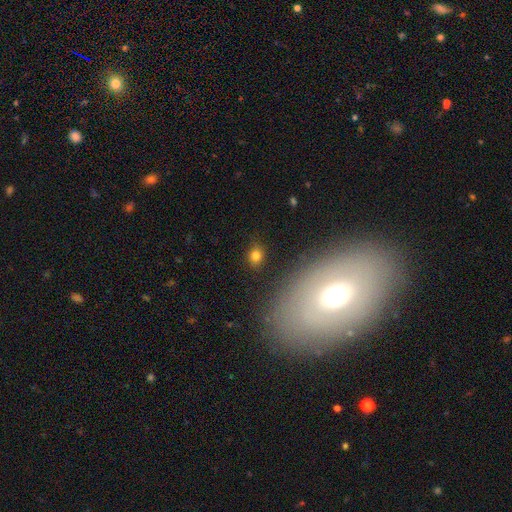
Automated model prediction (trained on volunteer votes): Smooth or featured? Predicted: smooth (p=0.79). How rounded? Predicted: round (p=0.59). Merging? Predicted: none (p=0.85).